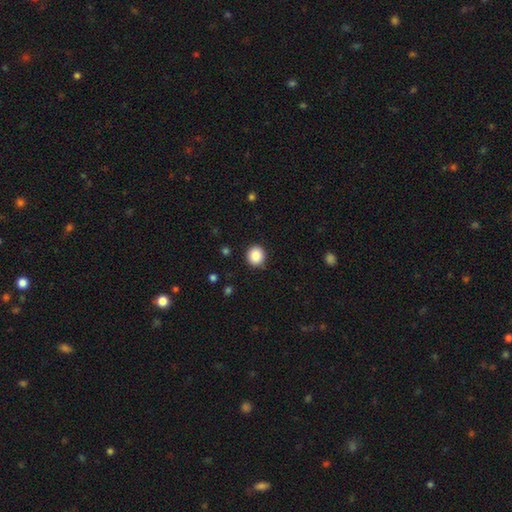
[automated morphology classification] type=smooth (88%); roundness=round (88%); merging=none (90%).